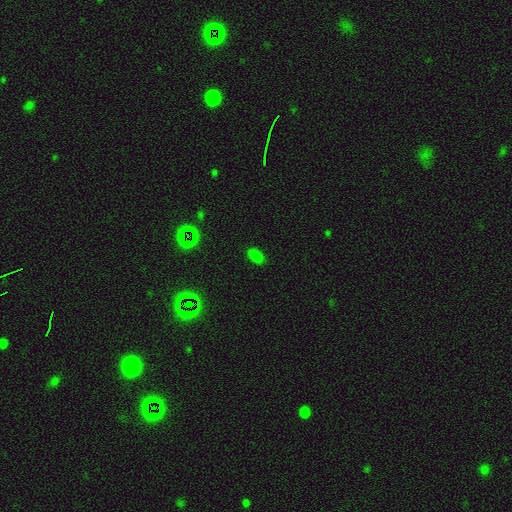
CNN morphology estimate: A smooth galaxy with no disk features (75%) that is in between round and cigar-shaped (91%). Merging: none (85%).